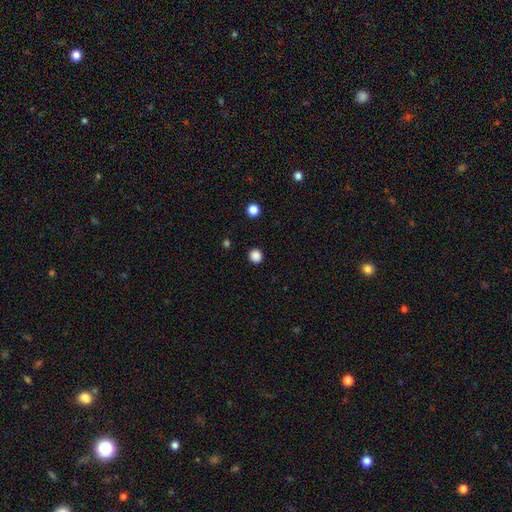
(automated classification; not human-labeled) Overall: smooth (86%). How rounded: round (93%). Merging: none (92%).